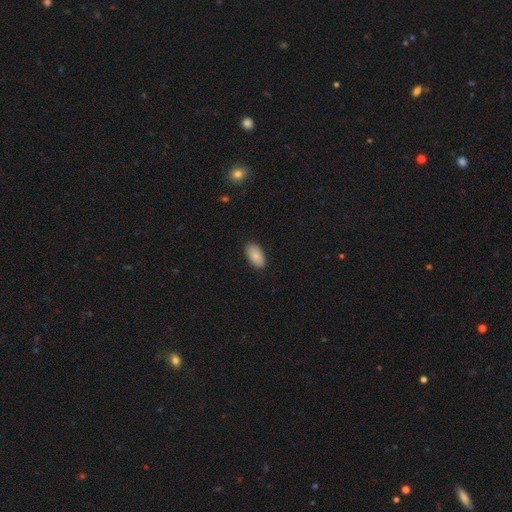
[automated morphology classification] The model was most divided on "merging": none: 87%, minor disturbance: 10%, major disturbance: 2%, merger: 1%. More confident: how rounded — in between (95%); smooth or featured — smooth (86%).